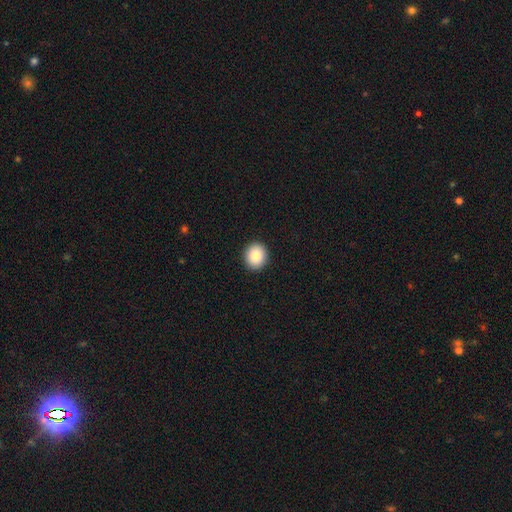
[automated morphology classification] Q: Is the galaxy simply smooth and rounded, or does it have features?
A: smooth — 86%.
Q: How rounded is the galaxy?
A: round — 77%.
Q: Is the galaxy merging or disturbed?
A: none — 92%.